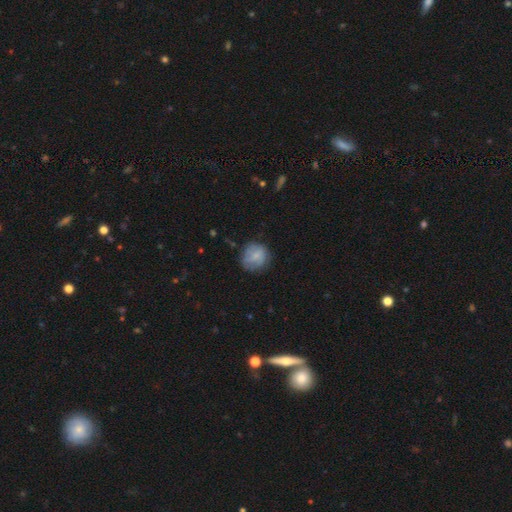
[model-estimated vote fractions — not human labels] The model was most divided on "smooth or featured": smooth: 60%, featured or disk: 32%, star or artifact: 8%. More confident: how rounded — round (85%); merging — none (71%).